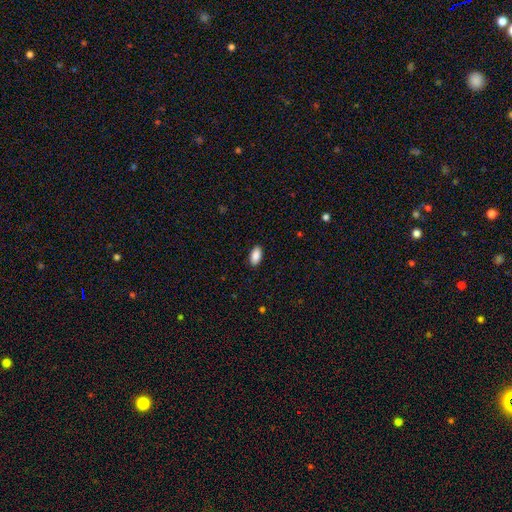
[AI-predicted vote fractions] Overall: smooth (89%). How rounded: in between (92%). Merging: none (89%).